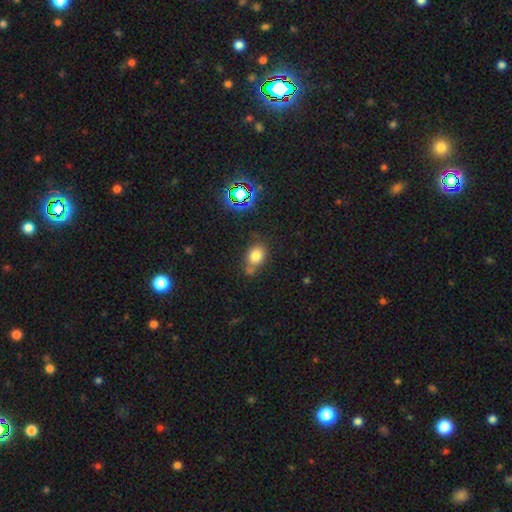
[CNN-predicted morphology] type=smooth (77%); roundness=in between (56%); merging=none (59%).